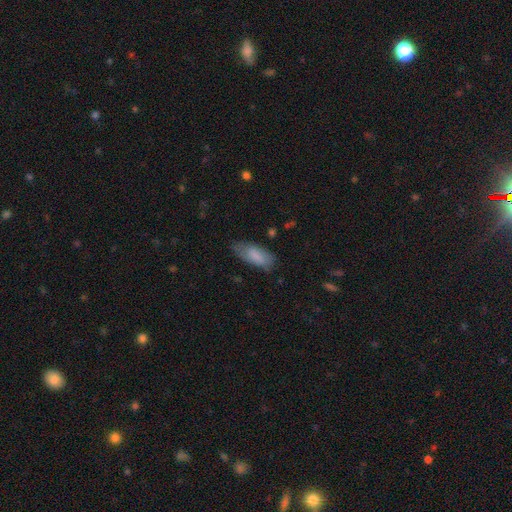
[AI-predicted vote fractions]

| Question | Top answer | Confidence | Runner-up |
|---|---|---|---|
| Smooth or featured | smooth | 80% | featured or disk (14%) |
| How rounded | in between | 80% | cigar-shaped (19%) |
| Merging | none | 67% | minor disturbance (25%) |